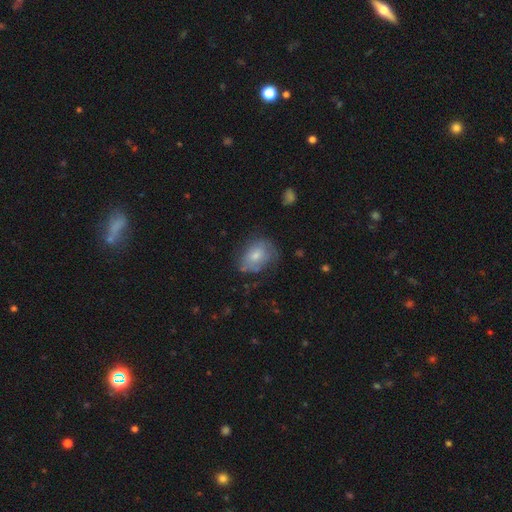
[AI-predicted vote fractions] Overall: smooth (68%). How rounded: in between (69%; round 29%). Merging: none (57%; minor disturbance 29%).